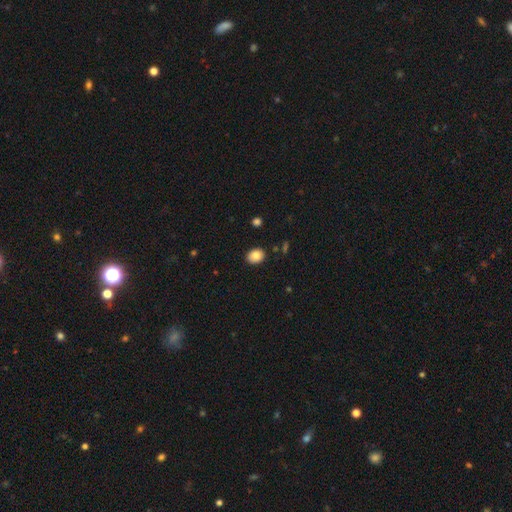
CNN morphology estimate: Overall: smooth (85%). How rounded: in between (55%; round 44%). Merging: none (89%).